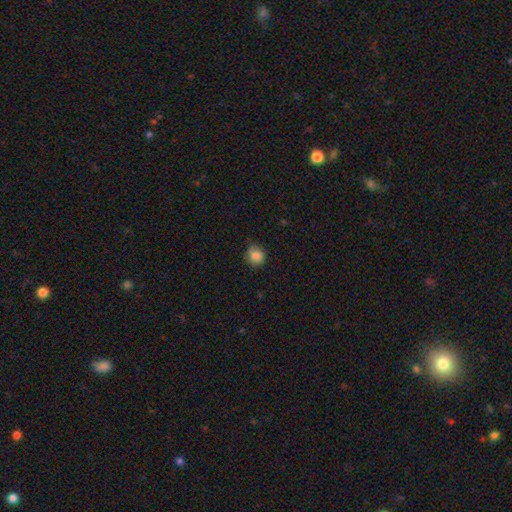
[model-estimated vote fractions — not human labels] The model was most divided on "merging": none: 78%, minor disturbance: 18%, major disturbance: 3%, merger: 1%. More confident: smooth or featured — smooth (85%); how rounded — round (84%).